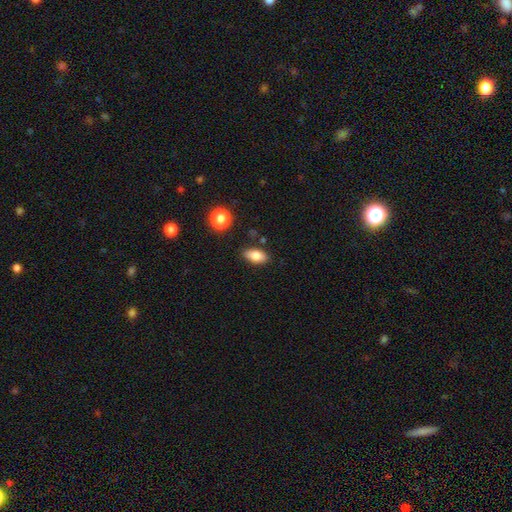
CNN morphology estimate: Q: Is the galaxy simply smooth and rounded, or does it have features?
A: smooth — 82%.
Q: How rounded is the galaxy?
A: in between — 88%.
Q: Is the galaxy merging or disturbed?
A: none — 84%.